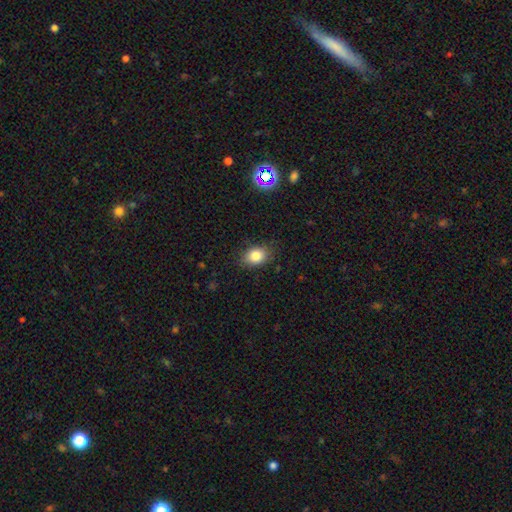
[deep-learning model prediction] Q: Smooth or featured?
A: smooth (84%); runner-up: star or artifact (9%)
Q: How rounded?
A: in between (75%); runner-up: round (24%)
Q: Merging?
A: none (82%); runner-up: minor disturbance (14%)